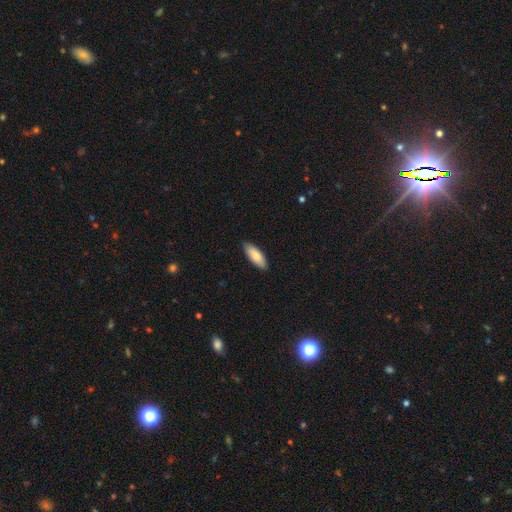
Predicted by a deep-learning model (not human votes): This appears to be a smooth galaxy with no disk features (84%) that is in between round and cigar-shaped (70%). Merging: none (88%).